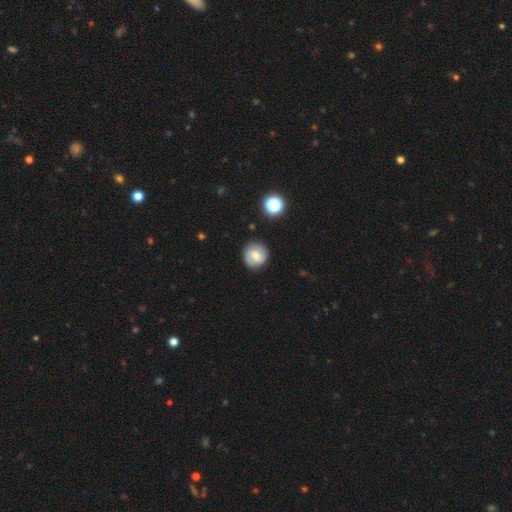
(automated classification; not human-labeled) This is possibly a smooth galaxy (54%). How rounded: clearly round (90%). Merging: clearly none (85%).